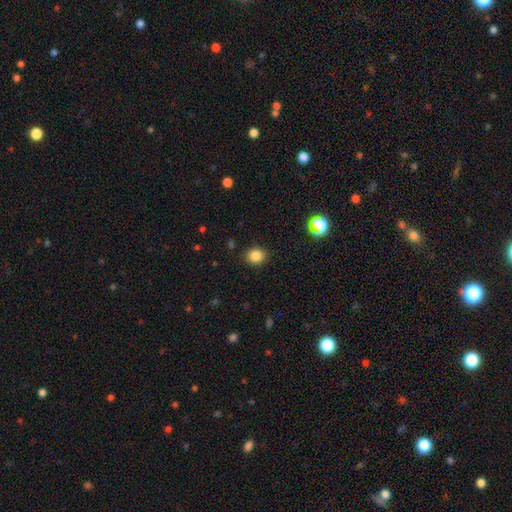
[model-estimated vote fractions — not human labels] This is clearly a smooth galaxy (84%). How rounded: likely round (65%). Merging: clearly none (89%).